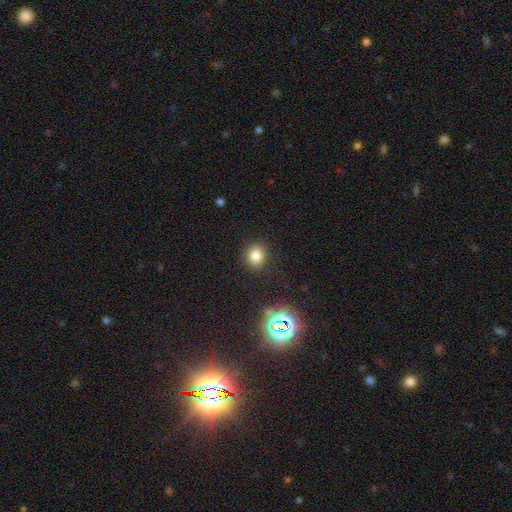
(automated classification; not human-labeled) Q: Smooth or featured?
A: smooth (78%); runner-up: star or artifact (16%)
Q: How rounded?
A: round (82%); runner-up: in between (17%)
Q: Merging?
A: none (89%); runner-up: minor disturbance (7%)